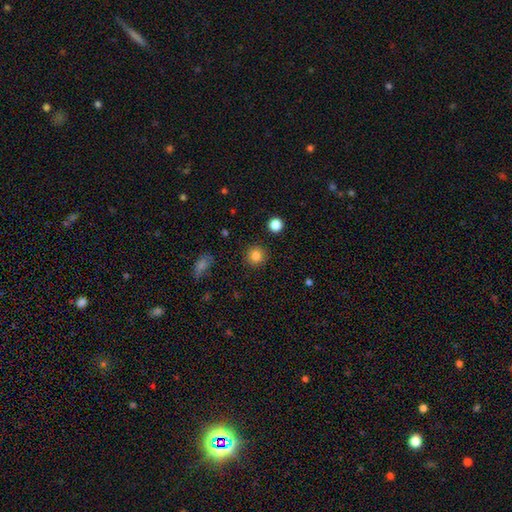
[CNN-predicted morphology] smooth_or_featured: smooth (p=0.84) [alt: star or artifact p=0.11]
how_rounded: round (p=0.94) [alt: in between p=0.05]
merging: none (p=0.91) [alt: minor disturbance p=0.05]